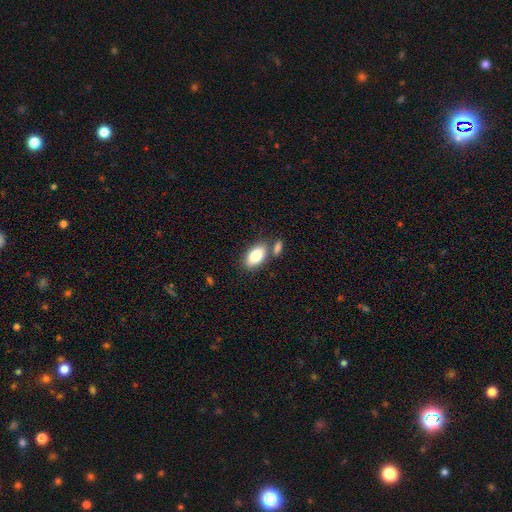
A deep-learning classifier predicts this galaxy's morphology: Smooth or featured? Predicted: smooth (p=0.83). How rounded? Predicted: in between (p=0.92). Merging? Predicted: none (p=0.64).